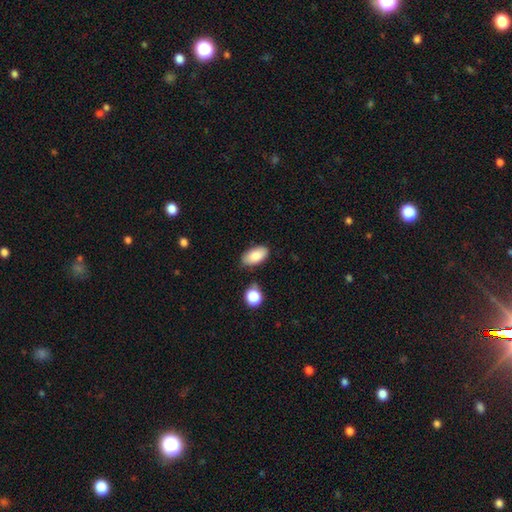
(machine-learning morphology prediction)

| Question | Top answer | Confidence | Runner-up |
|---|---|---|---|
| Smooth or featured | smooth | 85% | star or artifact (7%) |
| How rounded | in between | 94% | round (4%) |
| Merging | none | 80% | minor disturbance (14%) |